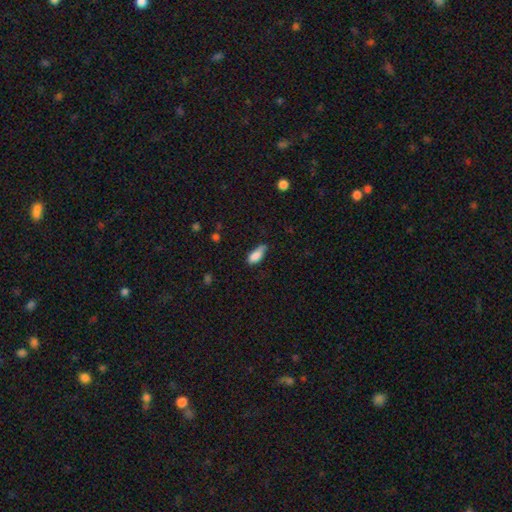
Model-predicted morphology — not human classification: type=smooth (83%); roundness=in between (81%); merging=none (43%).